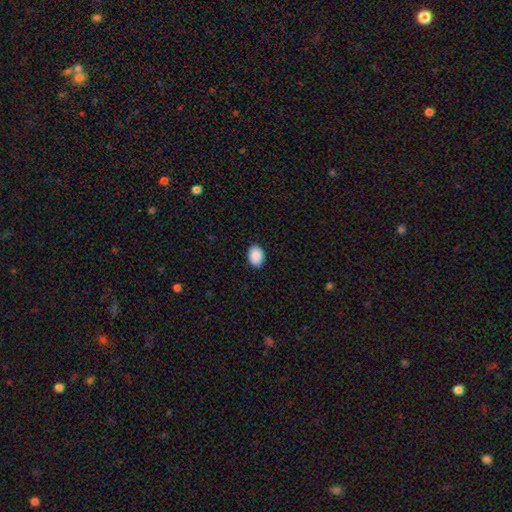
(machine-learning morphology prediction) A smooth galaxy with no disk features (91%) that is in between round and cigar-shaped (79%). Merging: none (90%).